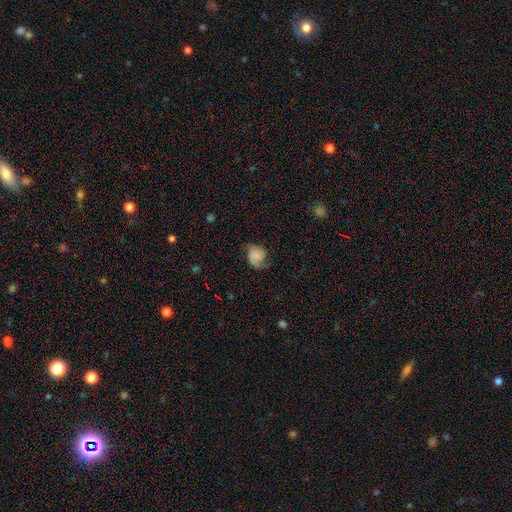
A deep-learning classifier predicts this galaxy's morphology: A smooth galaxy with no disk features (46%). Merging: none (49%).